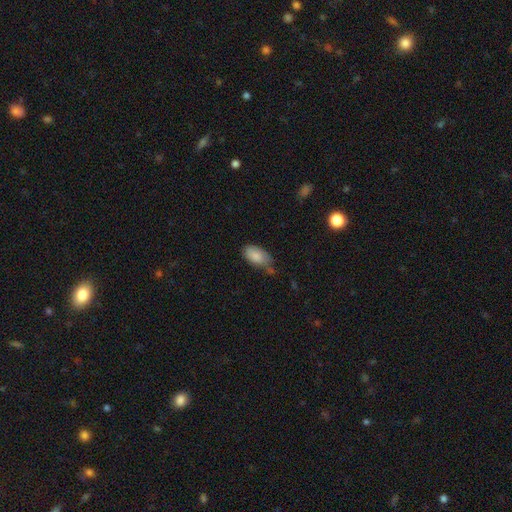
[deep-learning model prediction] This is clearly a smooth galaxy (86%). How rounded: clearly in between (94%). Merging: possibly none (52%).